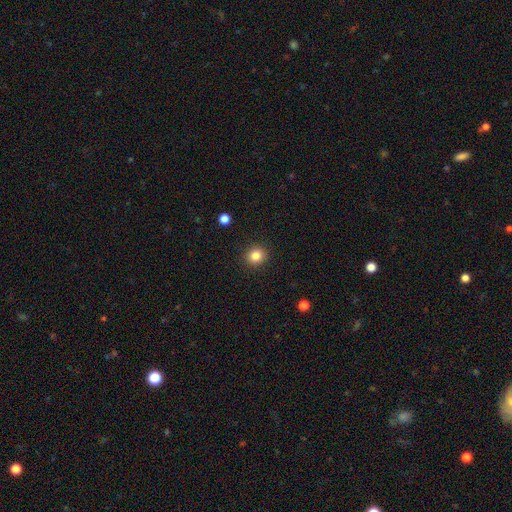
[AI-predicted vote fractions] Overall: smooth (83%). How rounded: round (87%). Merging: none (91%).